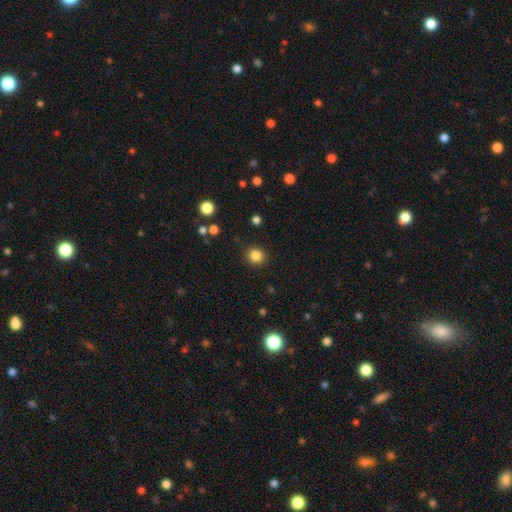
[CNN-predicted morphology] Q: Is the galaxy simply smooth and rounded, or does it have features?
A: smooth — 84%.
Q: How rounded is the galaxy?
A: round — 88%.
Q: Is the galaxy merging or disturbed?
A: none — 90%.